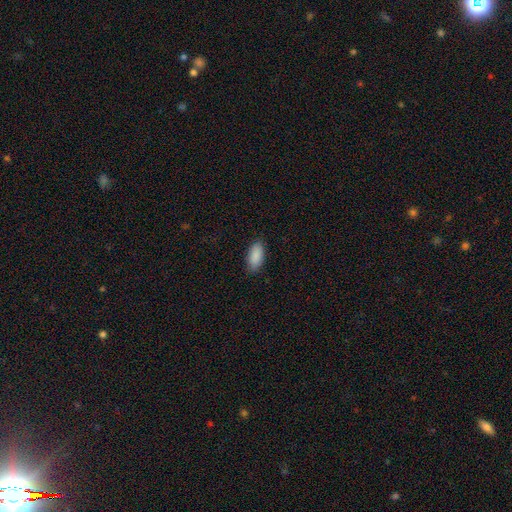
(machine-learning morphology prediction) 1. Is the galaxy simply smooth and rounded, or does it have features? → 90% smooth, 6% star or artifact, 4% featured or disk.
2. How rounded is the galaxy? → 89% in between, 9% cigar-shaped, 2% round.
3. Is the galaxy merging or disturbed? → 86% none, 11% minor disturbance, 2% major disturbance, 1% merger.